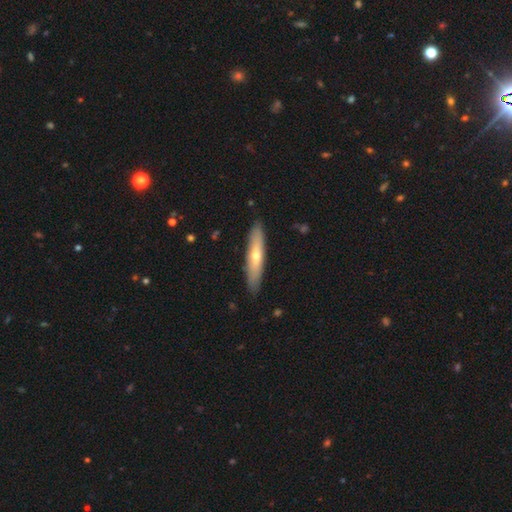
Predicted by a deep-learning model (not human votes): Morphology: type=smooth (52%); roundness=cigar-shaped (82%); merging=none (88%).